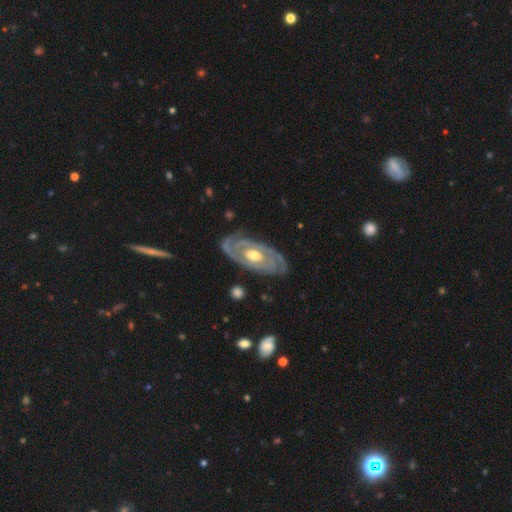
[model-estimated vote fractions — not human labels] Morphology: type=featured or disk (89%); edge-on=no (94%); bar=no (64%); spiral arms=yes (93%); winding=tight (75%); arm count=2 (72%); bulge=moderate (78%); merging=none (82%).